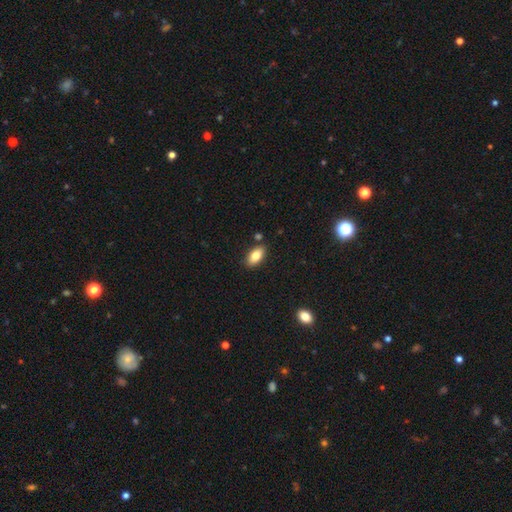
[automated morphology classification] Overall: smooth (80%). How rounded: in between (91%). Merging: none (84%).